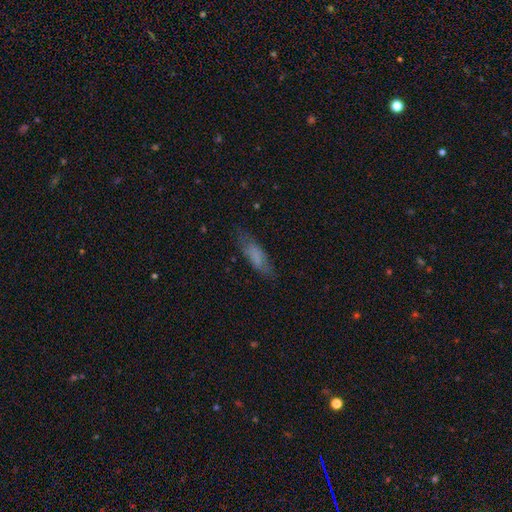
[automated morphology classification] smooth_or_featured: smooth (p=0.69) [alt: featured or disk p=0.22]
how_rounded: cigar-shaped (p=0.51) [alt: in between p=0.47]
merging: none (p=0.70) [alt: minor disturbance p=0.20]